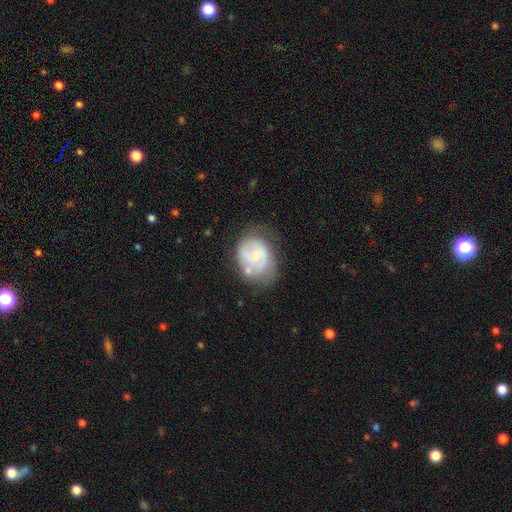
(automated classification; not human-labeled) Overall: featured or disk (53%; smooth 40%). Edge-on disk: no (97%). Bar: no (63%; weak 31%). Spiral arms: yes (58%; no 42%). Bulge size: small (59%; moderate 36%). Merging: none (48%; minor disturbance 29%).